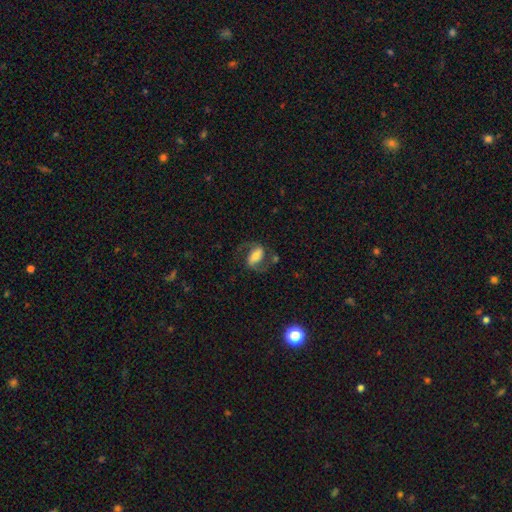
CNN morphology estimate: A featured or disk galaxy (64%) with a strong bar (45%), 2 (88%) medium (46%) spiral arms (90%) and a moderate central bulge (41%).

Vote fractions:
- Smooth or featured? featured or disk: 64% / smooth: 28% / star or artifact: 9%
- Edge-on disk? no: 95% / yes: 5%
- Bar? strong: 45% / weak: 32% / no: 23%
- Spiral arms? yes: 90% / no: 10%
- Spiral winding? medium: 46% / loose: 39% / tight: 14%
- Spiral arm count? 2: 88% / 1: 4% / can't tell: 4% / 3: 1% / 4: 1% / more than 4: 1%
- Bulge size? moderate: 41% / small: 26% / large: 22% / none: 6% / dominant: 5%
- Merging? none: 63% / minor disturbance: 17% / major disturbance: 16% / merger: 4%